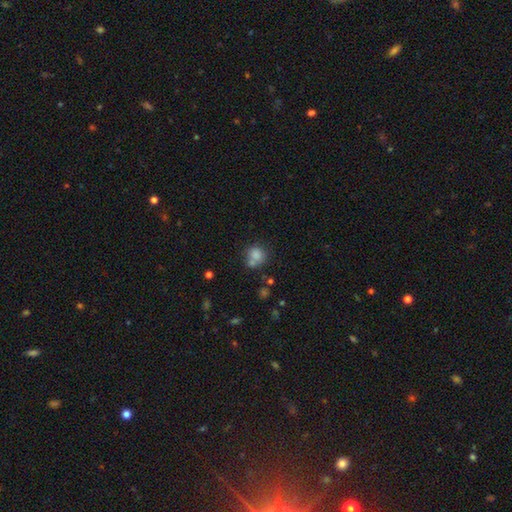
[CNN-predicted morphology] smooth 80%, star or artifact 12%, featured or disk 9%. Down the decision tree: how rounded — round (76%); merging — none (51%).